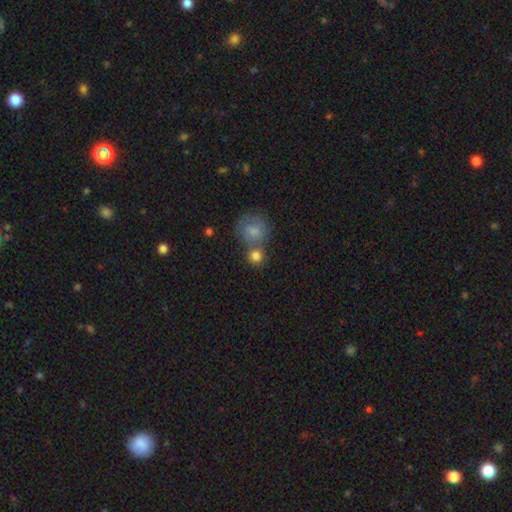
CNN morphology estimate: A smooth galaxy with no disk features (81%) that is round (87%).

Vote fractions:
- Smooth or featured? smooth: 81% / featured or disk: 10% / star or artifact: 9%
- How rounded? round: 87% / in between: 12% / cigar-shaped: 1%
- Merging? none: 47% / merger: 40% / minor disturbance: 9% / major disturbance: 4%